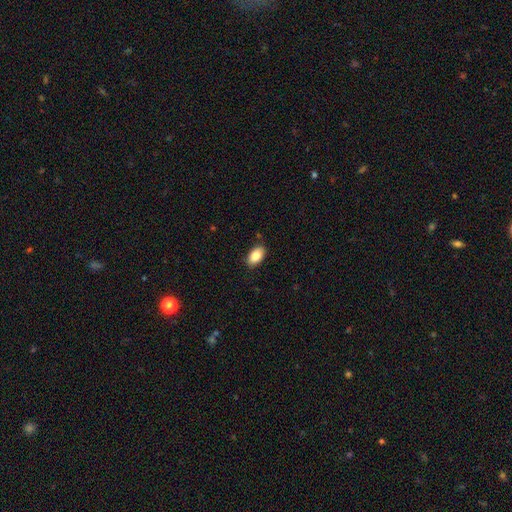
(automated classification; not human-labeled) Smooth or featured: smooth — 85% (featured or disk — 8%)
How rounded: in between — 92% (round — 6%)
Merging: none — 85% (minor disturbance — 11%)